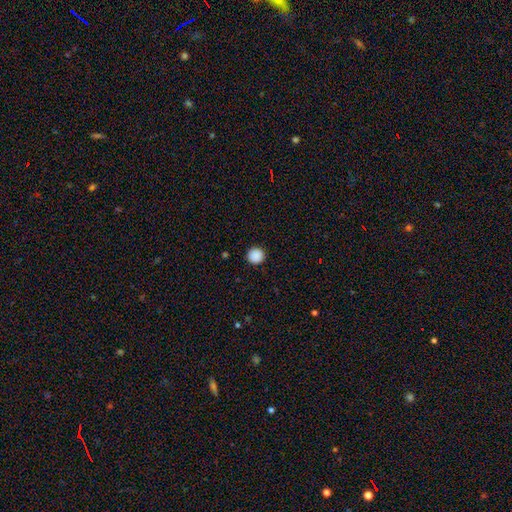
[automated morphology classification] Smooth or featured?
  - smooth: 89% *
  - star or artifact: 9%
  - featured or disk: 2%
How rounded?
  - round: 94% *
  - in between: 5%
  - cigar-shaped: 1%
Merging?
  - none: 93% *
  - minor disturbance: 5%
  - major disturbance: 2%
  - merger: 1%